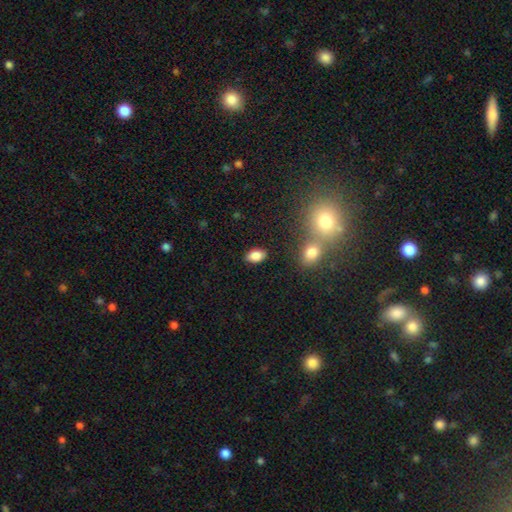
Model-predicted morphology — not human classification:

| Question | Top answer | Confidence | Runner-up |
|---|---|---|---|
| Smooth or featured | smooth | 85% | star or artifact (9%) |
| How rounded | in between | 89% | round (9%) |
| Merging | none | 85% | minor disturbance (10%) |